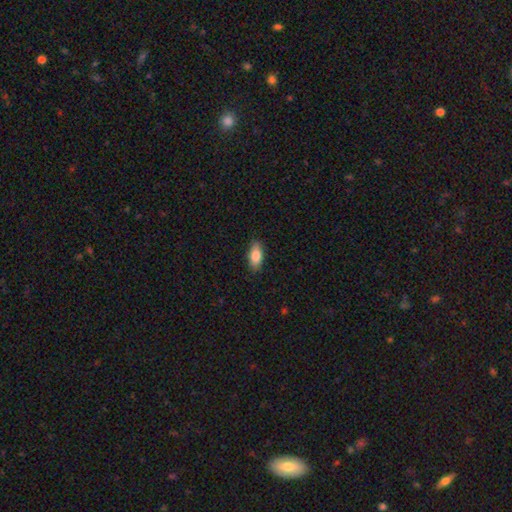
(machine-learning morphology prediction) type=smooth (85%); roundness=in between (86%); merging=none (86%).